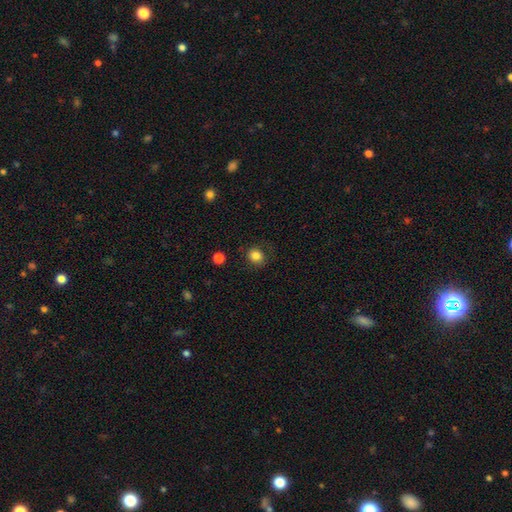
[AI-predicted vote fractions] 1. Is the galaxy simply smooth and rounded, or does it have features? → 83% smooth, 11% star or artifact, 6% featured or disk.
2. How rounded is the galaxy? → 80% round, 20% in between, 1% cigar-shaped.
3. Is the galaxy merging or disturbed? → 80% none, 13% minor disturbance, 6% major disturbance, 2% merger.